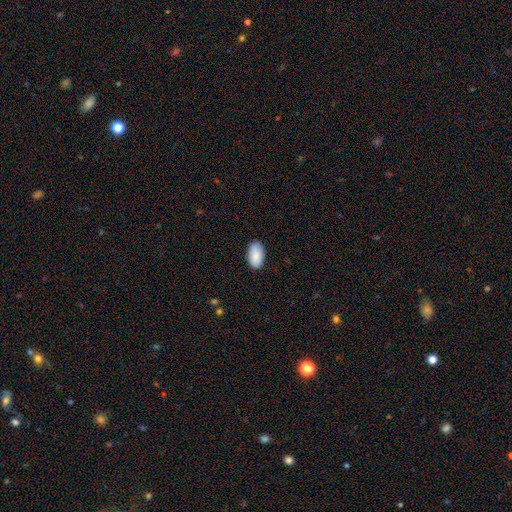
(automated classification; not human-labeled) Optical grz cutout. It shows a smooth galaxy with no disk features (88%) that is in between round and cigar-shaped (95%). Merging: none (86%).